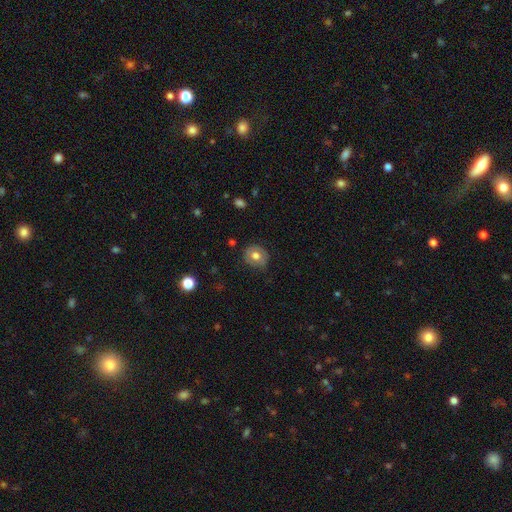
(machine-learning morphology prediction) smooth_or_featured: smooth (p=0.66) [alt: featured or disk p=0.26]
how_rounded: round (p=0.75) [alt: in between p=0.24]
merging: none (p=0.79) [alt: minor disturbance p=0.16]